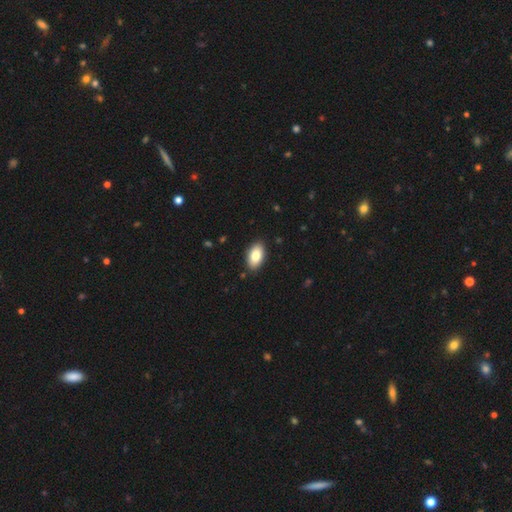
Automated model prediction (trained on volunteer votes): smooth-or-featured: smooth: 84% | featured or disk: 10% | star or artifact: 7%
  how-rounded: in between: 94% | round: 4% | cigar-shaped: 2%
  merging: none: 89% | minor disturbance: 8% | major disturbance: 2% | merger: 1%